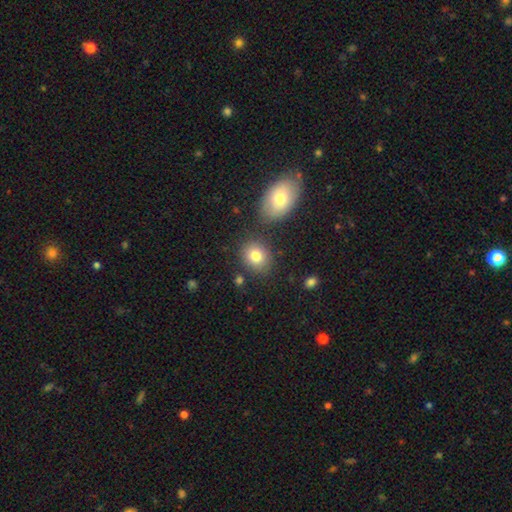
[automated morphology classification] Overall: smooth (80%). How rounded: round (61%; in between 38%). Merging: none (77%).